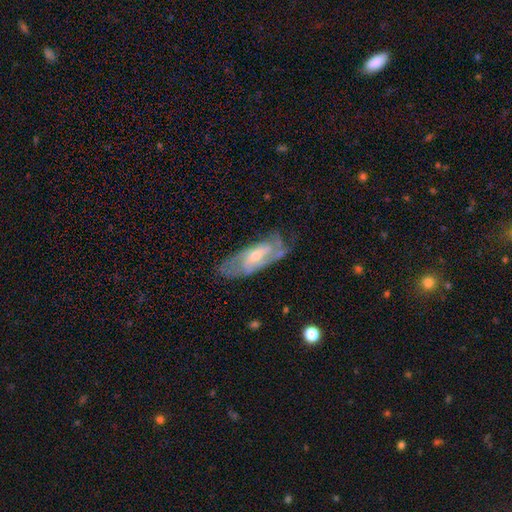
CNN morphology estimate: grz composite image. It shows a featured or disk galaxy (79%) with a weak bar (43%), 2 (46%) medium (42%) spiral arms (90%) and a small central bulge (49%). Merging: none (64%).